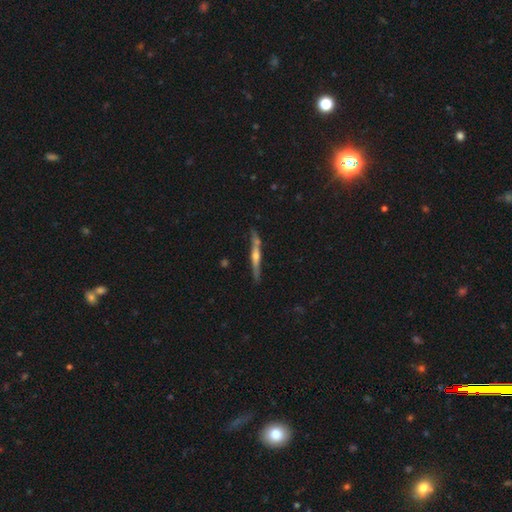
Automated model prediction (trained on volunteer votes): This is likely a featured or disk galaxy (75%). It is clearly viewed edge-on (96%). Edge-on bulge: likely rounded (80%). Merging: clearly none (81%).